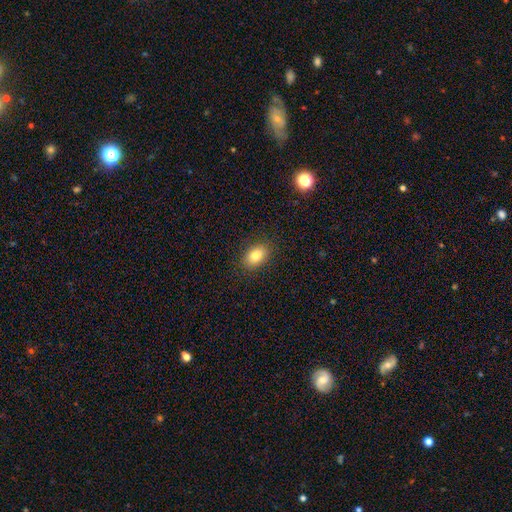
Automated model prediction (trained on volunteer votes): Smooth or featured?
  - smooth: 81% *
  - star or artifact: 9%
  - featured or disk: 9%
How rounded?
  - in between: 81% *
  - round: 17%
  - cigar-shaped: 1%
Merging?
  - none: 87% *
  - minor disturbance: 9%
  - major disturbance: 3%
  - merger: 1%